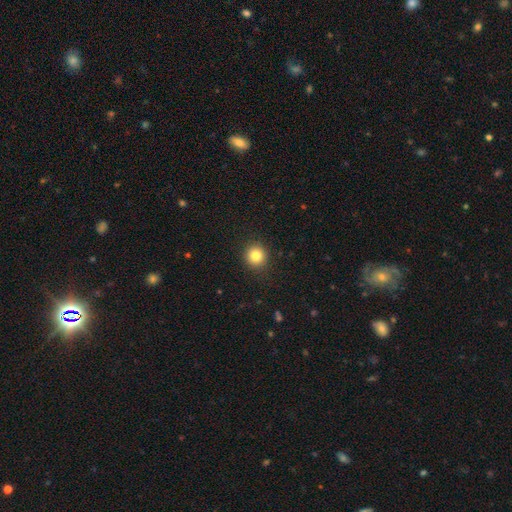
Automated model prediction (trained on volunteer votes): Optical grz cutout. It shows a smooth galaxy with no disk features (83%) that is round (92%). Merging: none (91%).